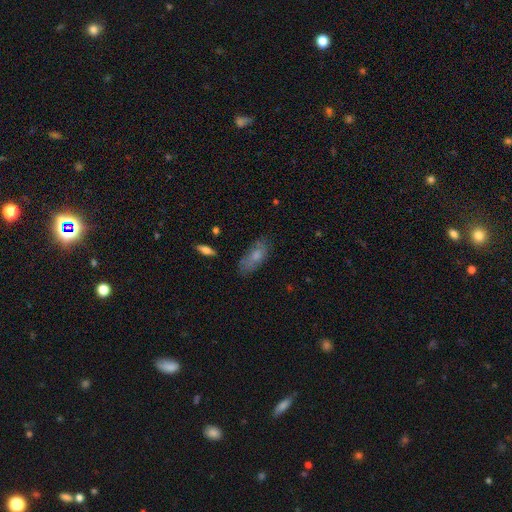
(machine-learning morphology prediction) Smooth or featured: smooth — 68% (featured or disk — 25%)
How rounded: in between — 80% (cigar-shaped — 17%)
Merging: none — 67% (minor disturbance — 24%)